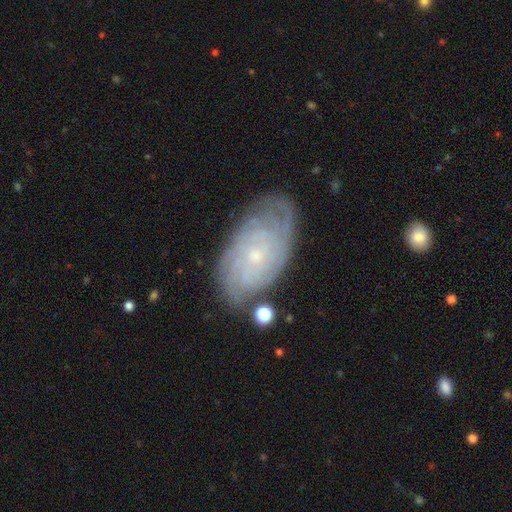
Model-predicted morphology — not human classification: A featured or disk galaxy (80%) with no bar (76%), tight (79%) spiral arms (95%) and a small central bulge (79%). Merging: none (75%).